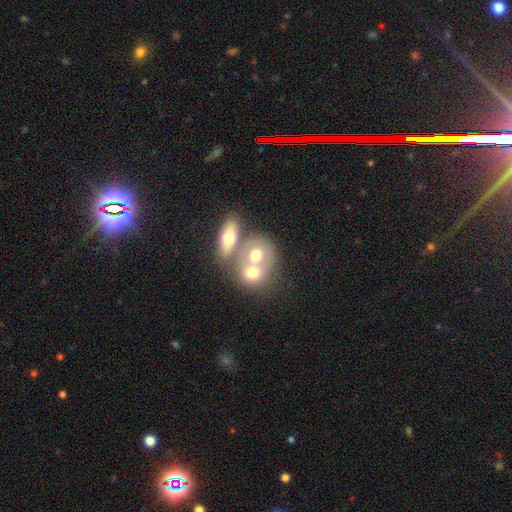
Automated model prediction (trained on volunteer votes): Smooth or featured? smooth (62%)
How rounded? round (54%)
Merging? merger (63%)